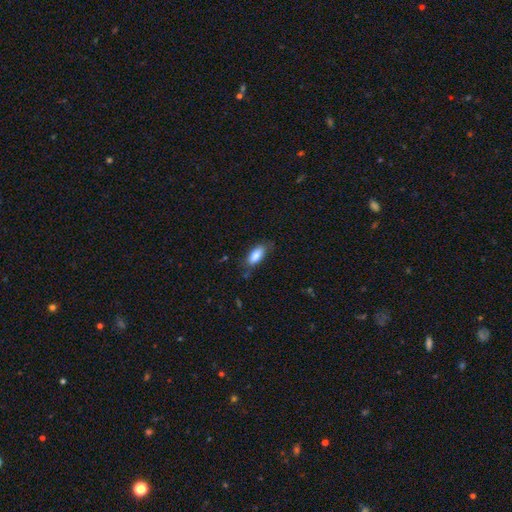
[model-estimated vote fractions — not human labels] A smooth galaxy with no disk features (83%) that is in between round and cigar-shaped (82%).

Vote fractions:
- Smooth or featured? smooth: 83% / featured or disk: 11% / star or artifact: 7%
- How rounded? in between: 82% / cigar-shaped: 15% / round: 2%
- Merging? none: 72% / minor disturbance: 21% / major disturbance: 5% / merger: 2%